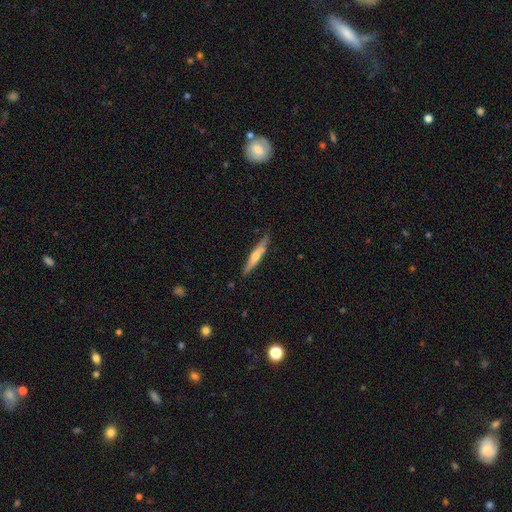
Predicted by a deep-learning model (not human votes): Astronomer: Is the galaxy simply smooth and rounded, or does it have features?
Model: featured or disk — 52% (runner-up: smooth, 42%).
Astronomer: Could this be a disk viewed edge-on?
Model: yes — 95%.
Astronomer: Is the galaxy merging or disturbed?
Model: none — 84%.